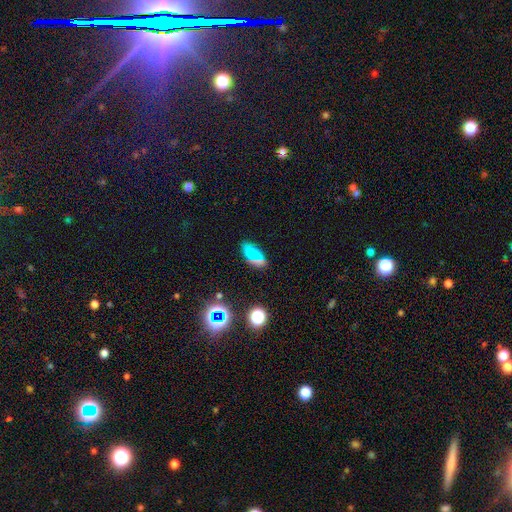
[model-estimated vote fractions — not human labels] Smooth or featured?
  - smooth: 62% *
  - star or artifact: 22%
  - featured or disk: 16%
How rounded?
  - in between: 81% *
  - cigar-shaped: 12%
  - round: 7%
Merging?
  - none: 68% *
  - minor disturbance: 18%
  - merger: 8%
  - major disturbance: 7%